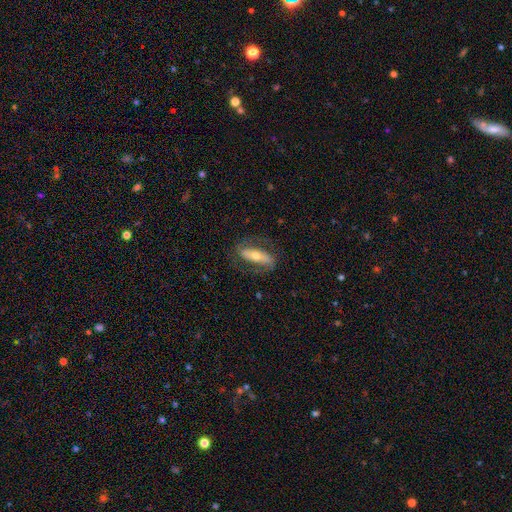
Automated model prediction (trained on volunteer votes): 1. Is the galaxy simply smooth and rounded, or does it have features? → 66% featured or disk, 28% smooth, 6% star or artifact.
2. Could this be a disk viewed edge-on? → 82% no, 18% yes.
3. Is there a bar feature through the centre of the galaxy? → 54% strong, 26% no, 19% weak.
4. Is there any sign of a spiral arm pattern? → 76% yes, 24% no.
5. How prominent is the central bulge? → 56% moderate, 34% small, 7% large, 2% dominant, 1% none.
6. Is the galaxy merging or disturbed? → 74% none, 15% minor disturbance, 10% major disturbance, 1% merger.